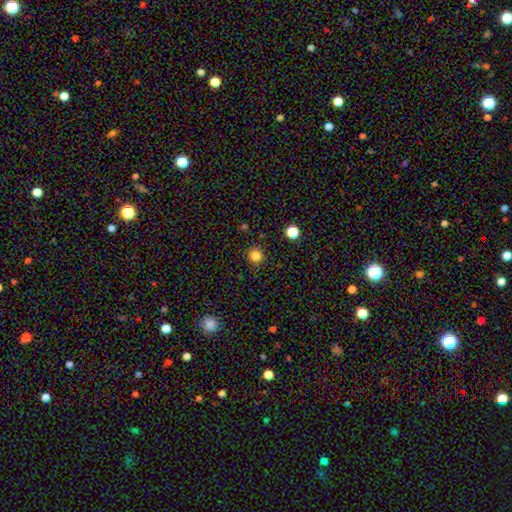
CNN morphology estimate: smooth-or-featured: smooth: 82% | star or artifact: 14% | featured or disk: 4%
  how-rounded: round: 92% | in between: 7% | cigar-shaped: 1%
  merging: none: 87% | minor disturbance: 8% | major disturbance: 2% | merger: 2%